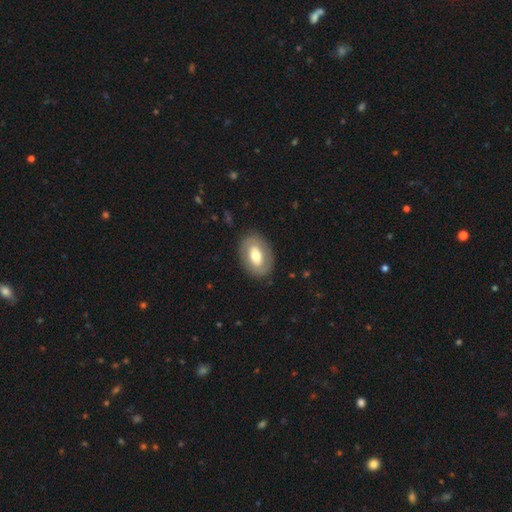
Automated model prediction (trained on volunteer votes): The model was most divided on "smooth or featured": smooth: 53%, featured or disk: 41%, star or artifact: 6%. More confident: merging — none (84%); how rounded — in between (83%).